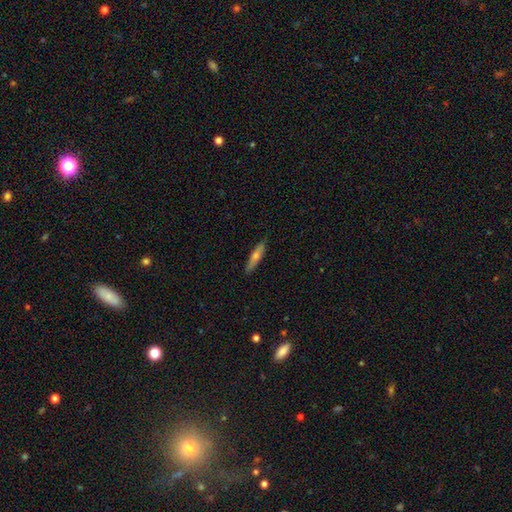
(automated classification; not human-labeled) A smooth galaxy with no disk features (51%) that is cigar-shaped (84%).

Vote fractions:
- Smooth or featured? smooth: 51% / featured or disk: 42% / star or artifact: 7%
- How rounded? cigar-shaped: 84% / in between: 14% / round: 2%
- Merging? none: 88% / minor disturbance: 9% / major disturbance: 2% / merger: 1%